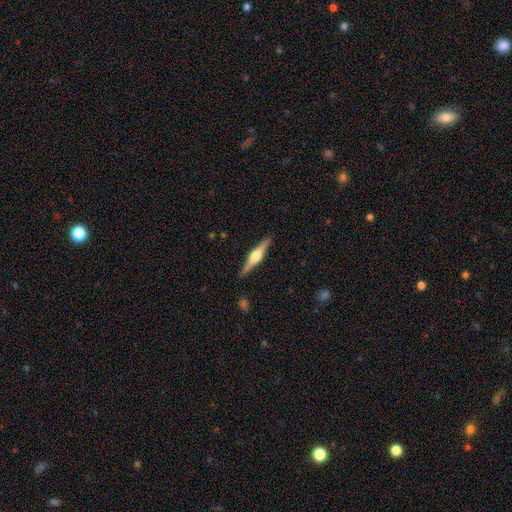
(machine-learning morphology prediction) A featured or disk galaxy (76%) viewed edge-on (98%) with a rounded central bulge (93%). Merging: none (91%).